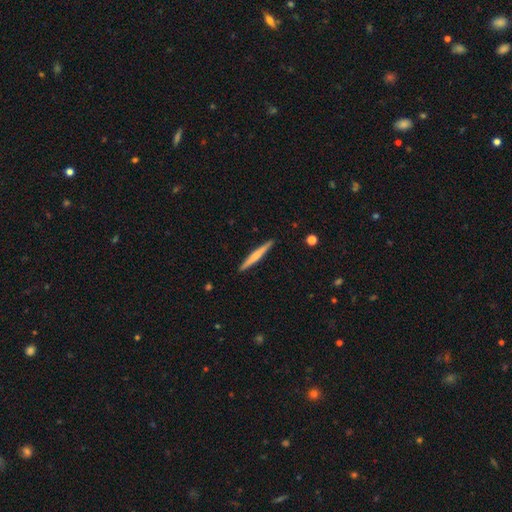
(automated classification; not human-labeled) Smooth or featured? smooth (48%, tied with featured or disk)
Merging? none (92%)